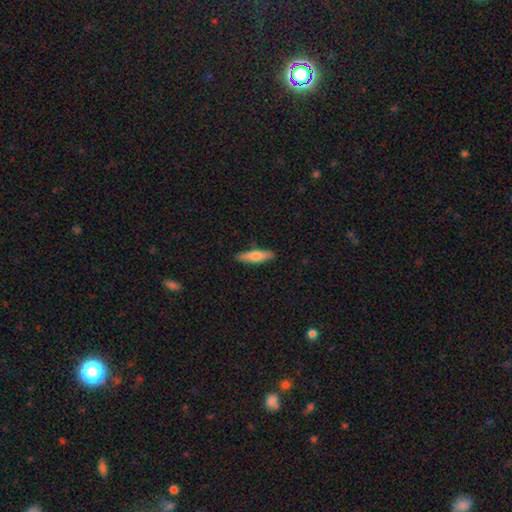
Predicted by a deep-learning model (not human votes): A smooth galaxy with no disk features (69%) that is cigar-shaped (67%).

Vote fractions:
- Smooth or featured? smooth: 69% / featured or disk: 25% / star or artifact: 6%
- How rounded? cigar-shaped: 67% / in between: 31% / round: 2%
- Merging? none: 88% / minor disturbance: 9% / major disturbance: 2% / merger: 1%